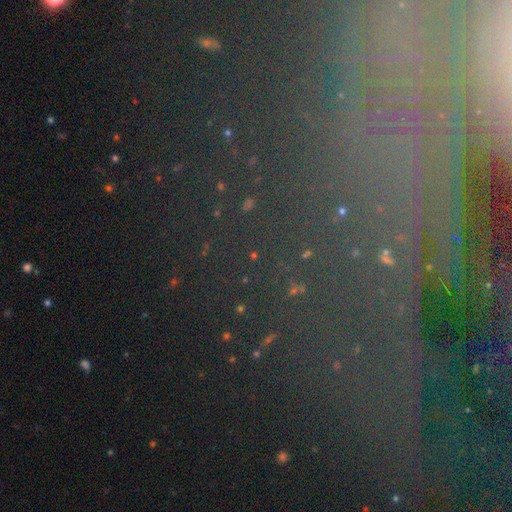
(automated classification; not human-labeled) Smooth or featured: star or artifact — 75% (smooth — 14%)